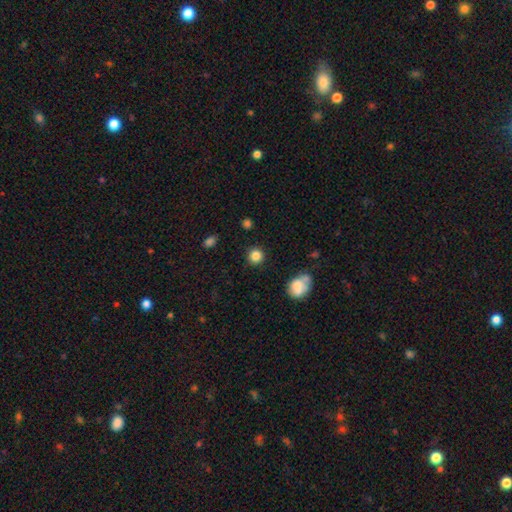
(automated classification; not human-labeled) Smooth or featured: smooth — 84% (star or artifact — 11%)
How rounded: round — 91% (in between — 8%)
Merging: none — 87% (minor disturbance — 8%)